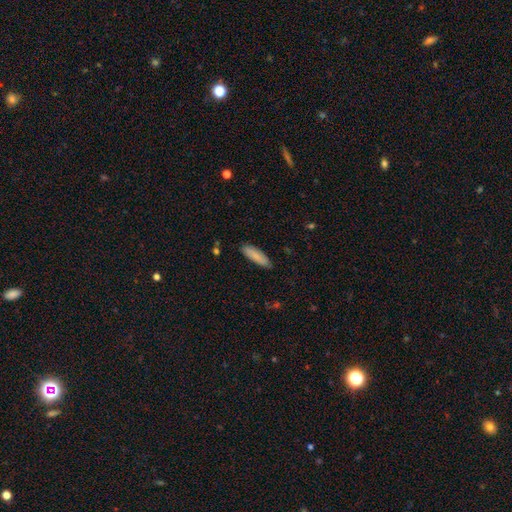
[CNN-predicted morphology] type=smooth (85%); roundness=cigar-shaped (63%); merging=none (85%).